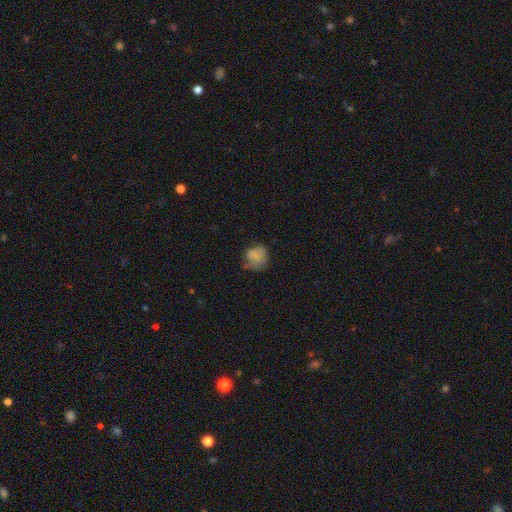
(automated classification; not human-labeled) smooth 73%, featured or disk 15%, star or artifact 11%. Down the decision tree: how rounded — round (73%); merging — none (52%).